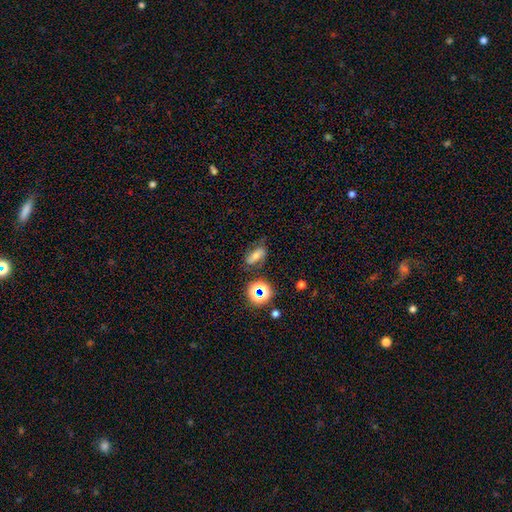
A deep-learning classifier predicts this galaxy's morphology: type=smooth (40%); merging=none (65%).